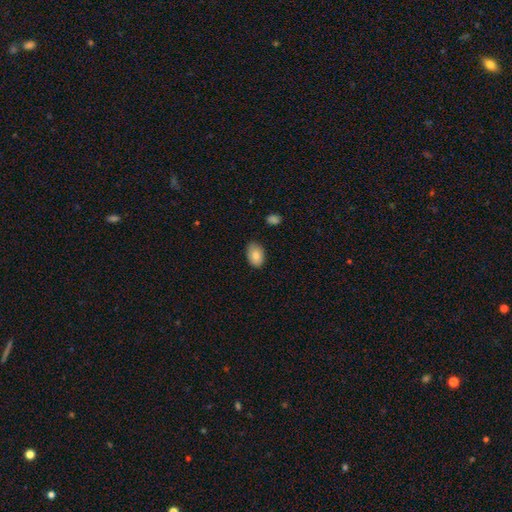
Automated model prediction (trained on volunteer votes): Smooth or featured? Predicted: smooth (p=0.84). How rounded? Predicted: in between (p=0.86). Merging? Predicted: none (p=0.81).